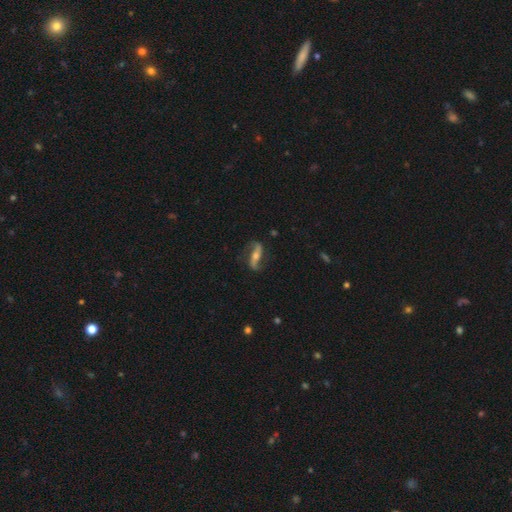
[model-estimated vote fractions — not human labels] A featured or disk galaxy (84%) with a strong bar (49%), 2 (93%) loose (70%) spiral arms (95%) and a moderate central bulge (54%).

Vote fractions:
- Smooth or featured? featured or disk: 84% / smooth: 10% / star or artifact: 6%
- Edge-on disk? no: 87% / yes: 13%
- Bar? strong: 49% / no: 27% / weak: 25%
- Spiral arms? yes: 95% / no: 5%
- Spiral winding? loose: 70% / medium: 22% / tight: 8%
- Spiral arm count? 2: 93% / can't tell: 2% / 1: 2% / 3: 1% / 4: 1% / more than 4: 1%
- Bulge size? moderate: 54% / small: 37% / large: 5% / none: 3% / dominant: 1%
- Merging? none: 79% / minor disturbance: 14% / major disturbance: 6% / merger: 2%